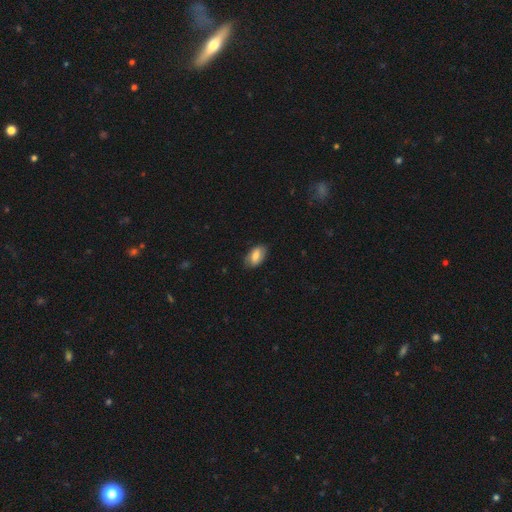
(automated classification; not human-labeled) This appears to be a smooth galaxy with no disk features (73%) that is in between round and cigar-shaped (92%). Merging: none (78%).